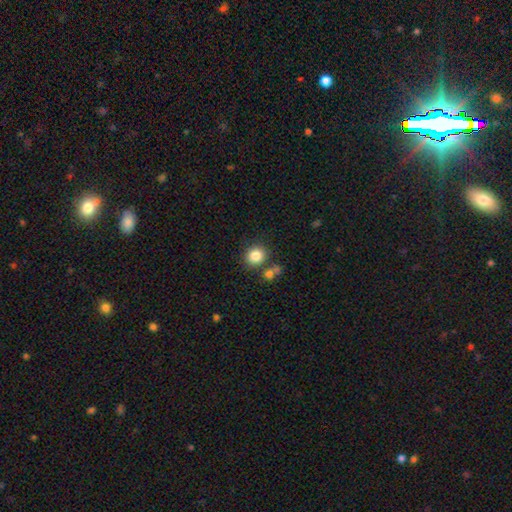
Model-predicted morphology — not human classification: A smooth galaxy with no disk features (84%) that is round (81%). Merging: none (73%).